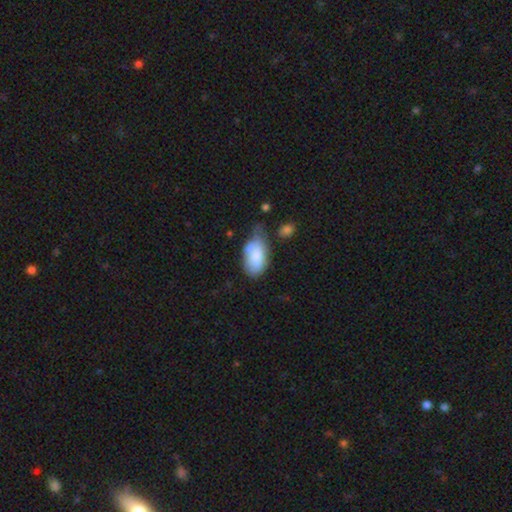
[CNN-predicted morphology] Smooth or featured?
  - smooth: 79% *
  - featured or disk: 14%
  - star or artifact: 6%
How rounded?
  - in between: 94% *
  - round: 4%
  - cigar-shaped: 2%
Merging?
  - minor disturbance: 42% *
  - none: 32%
  - major disturbance: 17%
  - merger: 9%